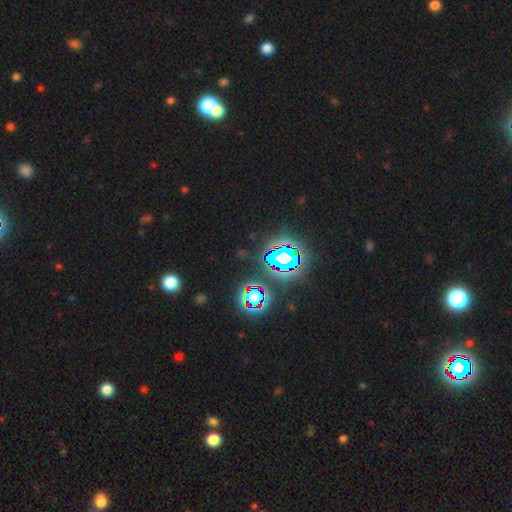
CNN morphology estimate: Smooth or featured? Predicted: star or artifact (p=0.80).